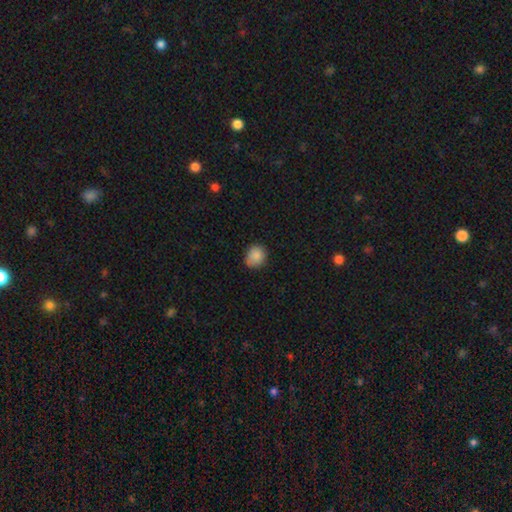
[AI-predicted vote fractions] This appears to be a smooth galaxy with no disk features (86%) that is round (76%). Merging: none (77%).